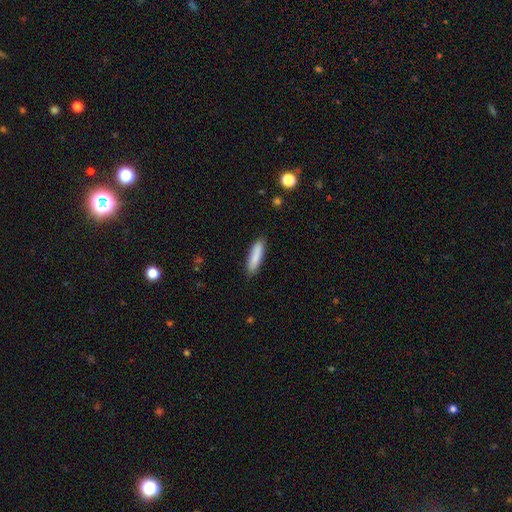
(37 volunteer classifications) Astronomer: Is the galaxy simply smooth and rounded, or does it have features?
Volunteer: smooth — 84%.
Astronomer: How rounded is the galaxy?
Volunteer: cigar-shaped — 84%.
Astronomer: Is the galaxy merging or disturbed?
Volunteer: none — 86%.